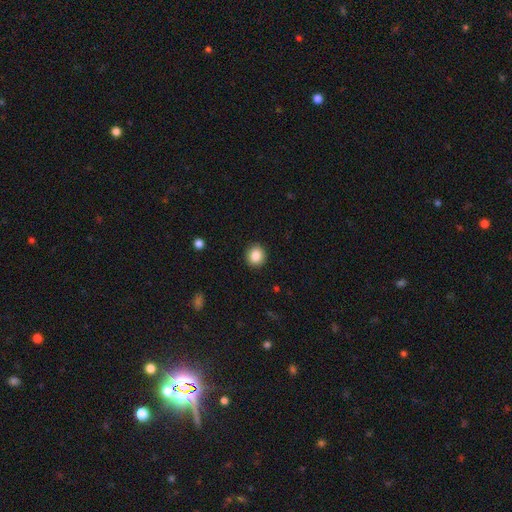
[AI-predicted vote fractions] This appears to be a smooth galaxy with no disk features (86%) that is round (87%). Merging: none (92%).